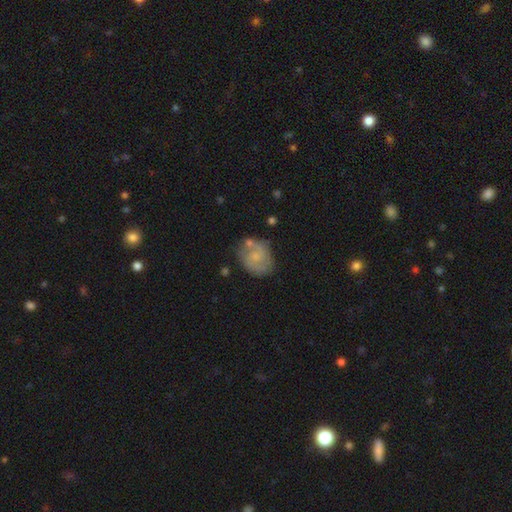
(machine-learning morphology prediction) This is possibly a featured or disk galaxy (52%). It is clearly not viewed edge-on (97%). Bar: likely no (69%). Spiral arm pattern: likely yes (71%). Central bulge: possibly small (59%). Merging: possibly none (57%).